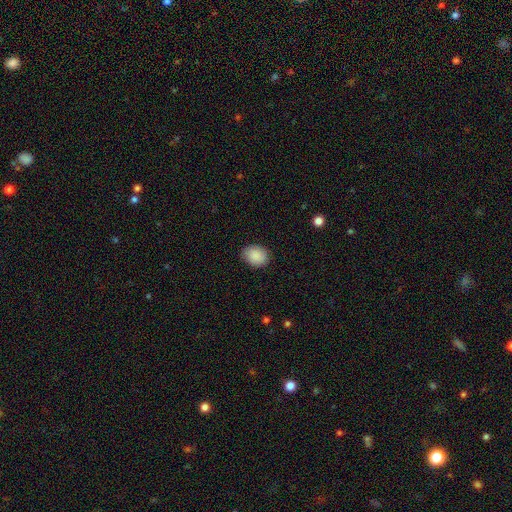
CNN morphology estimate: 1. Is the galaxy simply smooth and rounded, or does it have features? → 89% smooth, 7% star or artifact, 4% featured or disk.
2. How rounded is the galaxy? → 52% in between, 48% round, 1% cigar-shaped.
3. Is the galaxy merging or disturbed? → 83% none, 14% minor disturbance, 3% major disturbance, 1% merger.